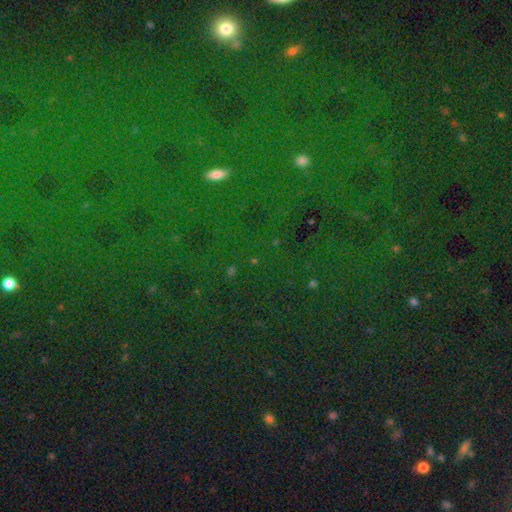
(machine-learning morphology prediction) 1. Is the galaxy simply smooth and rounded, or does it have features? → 78% star or artifact, 14% smooth, 8% featured or disk.